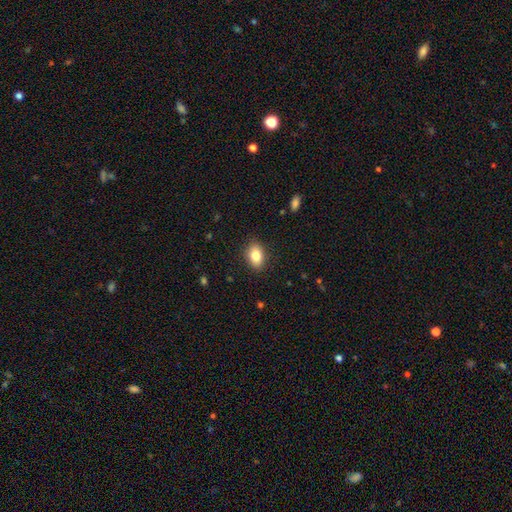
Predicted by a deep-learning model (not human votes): Smooth or featured: smooth — 84% (star or artifact — 8%)
How rounded: in between — 81% (round — 17%)
Merging: none — 87% (minor disturbance — 9%)